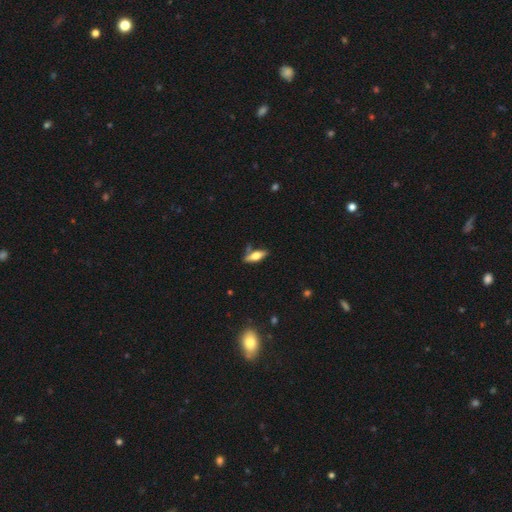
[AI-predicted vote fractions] Smooth or featured: smooth — 55% (featured or disk — 38%)
How rounded: in between — 56% (cigar-shaped — 41%)
Merging: none — 71% (minor disturbance — 17%)